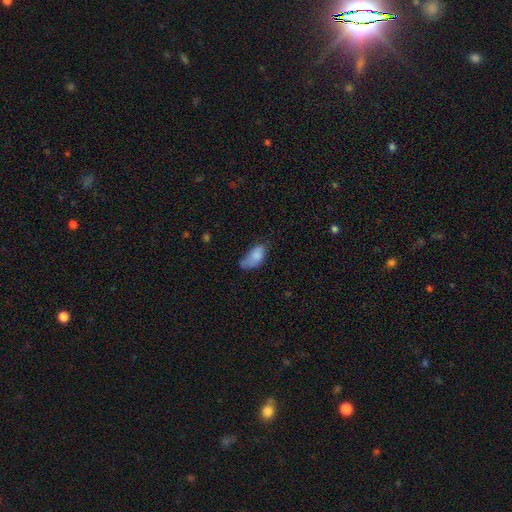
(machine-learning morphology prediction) type=smooth (79%); roundness=in between (91%); merging=minor disturbance (39%).